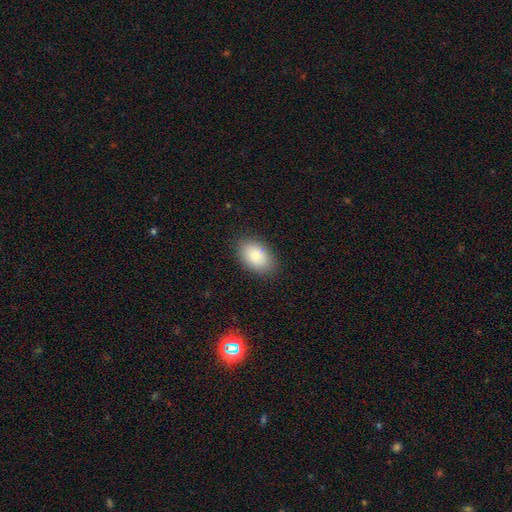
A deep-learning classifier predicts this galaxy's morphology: Overall: smooth (84%). How rounded: in between (90%). Merging: none (86%).